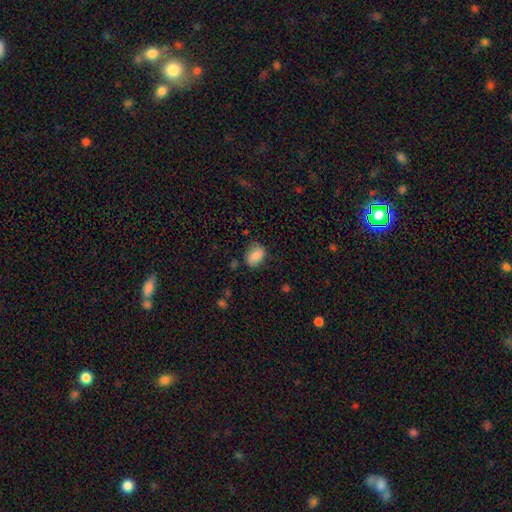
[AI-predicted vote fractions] A smooth galaxy with no disk features (81%) that is in between round and cigar-shaped (75%).

Vote fractions:
- Smooth or featured? smooth: 81% / featured or disk: 11% / star or artifact: 8%
- How rounded? in between: 75% / round: 24% / cigar-shaped: 1%
- Merging? none: 71% / minor disturbance: 22% / major disturbance: 5% / merger: 2%